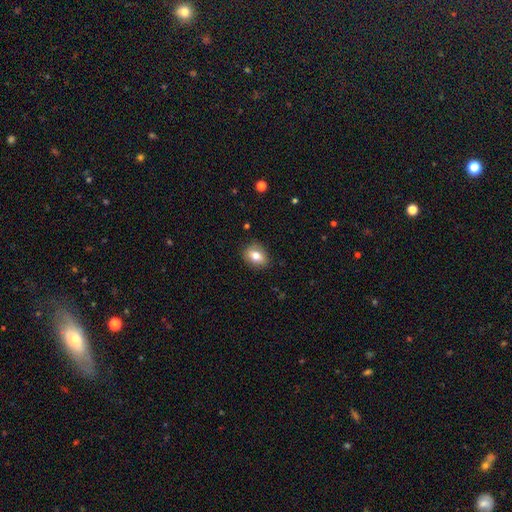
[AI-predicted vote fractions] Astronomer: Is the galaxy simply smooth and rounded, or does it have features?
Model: smooth — 77%.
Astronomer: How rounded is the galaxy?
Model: in between — 66%.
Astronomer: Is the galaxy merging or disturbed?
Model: none — 84%.